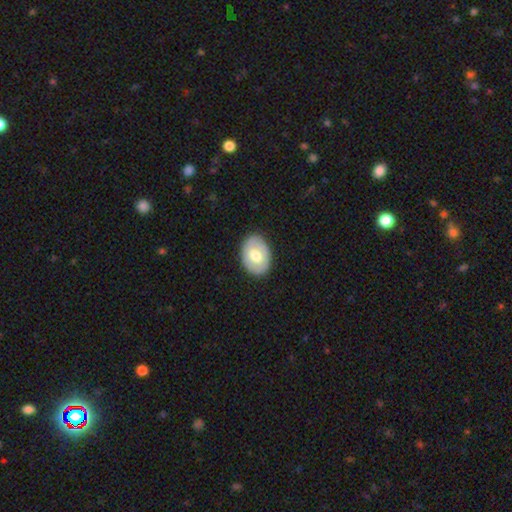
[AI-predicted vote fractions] smooth 60%, featured or disk 34%, star or artifact 6%. Down the decision tree: how rounded — in between (76%); merging — none (84%).